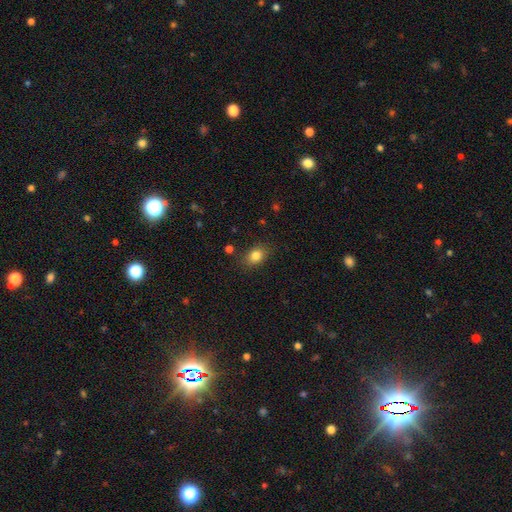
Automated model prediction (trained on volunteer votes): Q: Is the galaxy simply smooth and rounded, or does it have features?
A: smooth — 83%.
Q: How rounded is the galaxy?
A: in between — 65%.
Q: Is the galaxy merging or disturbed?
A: none — 83%.